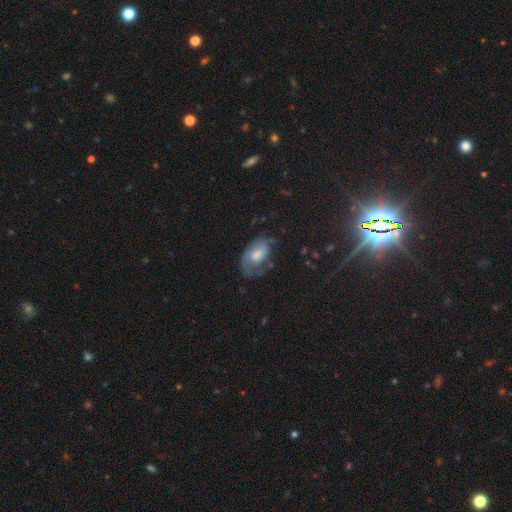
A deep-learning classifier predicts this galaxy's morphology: This appears to be a featured or disk galaxy (59%) with no bar (67%), spiral arms (76%) and a moderate central bulge (53%). Merging: none (50%).